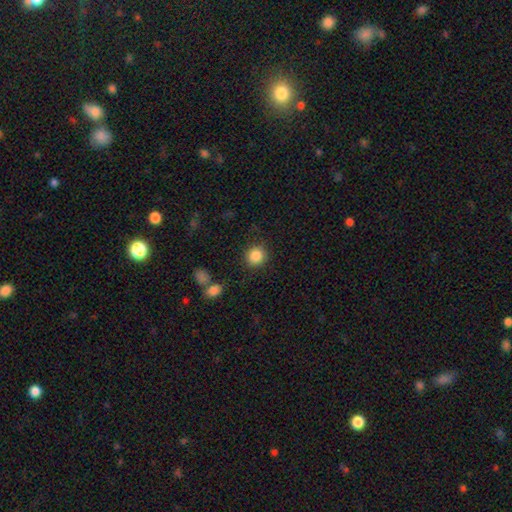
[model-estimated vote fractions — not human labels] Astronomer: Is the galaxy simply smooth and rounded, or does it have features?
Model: smooth — 86%.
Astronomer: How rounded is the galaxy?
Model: round — 91%.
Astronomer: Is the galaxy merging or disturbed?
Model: none — 88%.